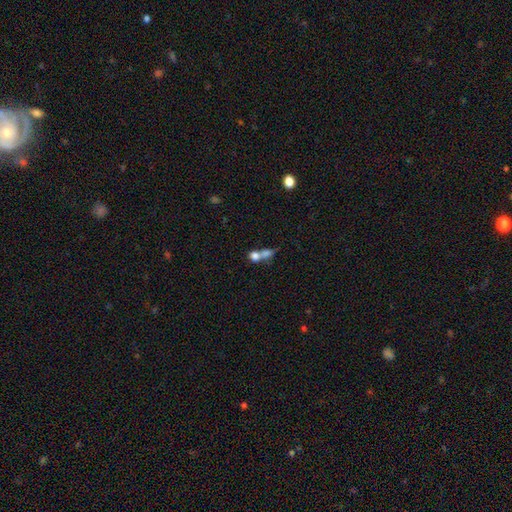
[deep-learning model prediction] Smooth or featured?
  - smooth: 72% *
  - featured or disk: 17%
  - star or artifact: 11%
How rounded?
  - round: 50% *
  - in between: 43%
  - cigar-shaped: 7%
Merging?
  - merger: 66% *
  - none: 22%
  - minor disturbance: 6%
  - major disturbance: 6%